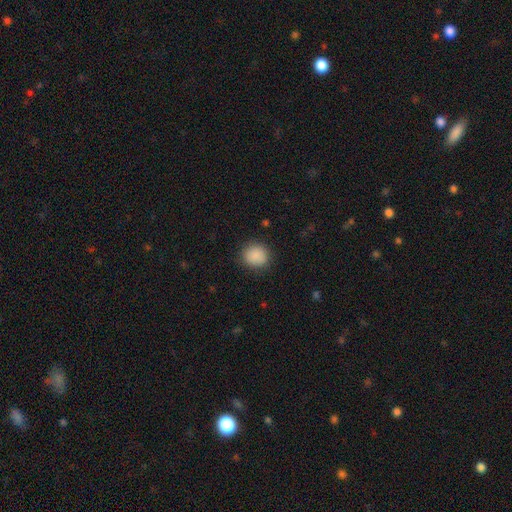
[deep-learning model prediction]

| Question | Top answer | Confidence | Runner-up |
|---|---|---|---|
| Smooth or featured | smooth | 88% | star or artifact (9%) |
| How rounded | round | 85% | in between (14%) |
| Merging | none | 88% | minor disturbance (8%) |